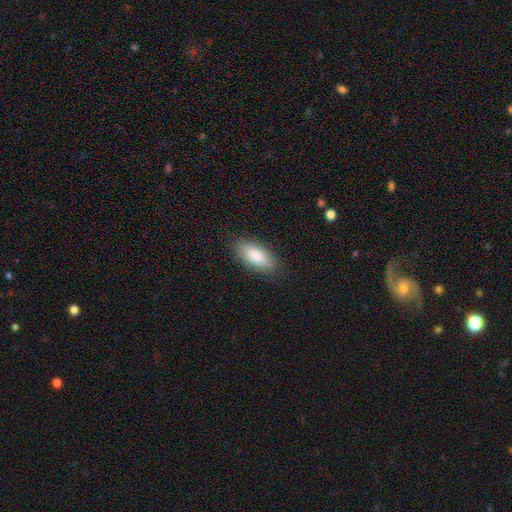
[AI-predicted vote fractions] A smooth galaxy with no disk features (86%) that is in between round and cigar-shaped (87%). Merging: none (86%).